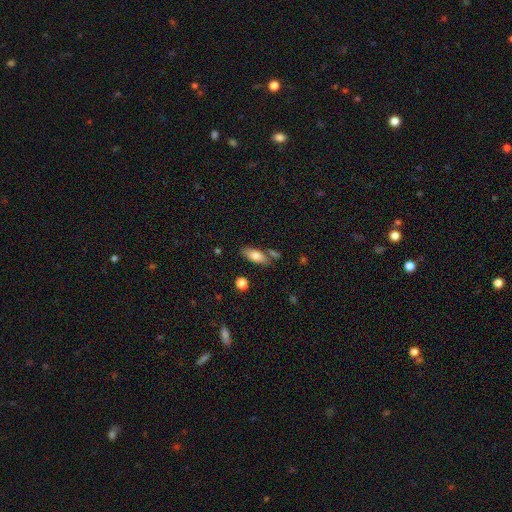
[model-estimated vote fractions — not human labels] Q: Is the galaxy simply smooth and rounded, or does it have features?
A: smooth — 77%.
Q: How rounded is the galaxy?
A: in between — 77%.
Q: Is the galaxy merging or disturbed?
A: none — 71%.